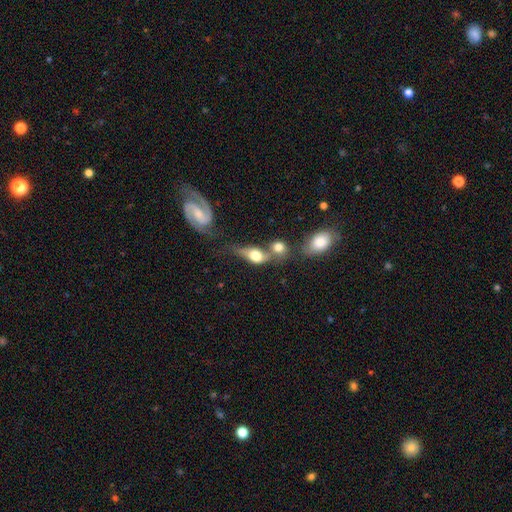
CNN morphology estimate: A smooth galaxy with no disk features (57%) that is in between round and cigar-shaped (61%).

Vote fractions:
- Smooth or featured? smooth: 57% / featured or disk: 34% / star or artifact: 9%
- How rounded? in between: 61% / round: 29% / cigar-shaped: 10%
- Merging? merger: 52% / none: 23% / major disturbance: 13% / minor disturbance: 13%